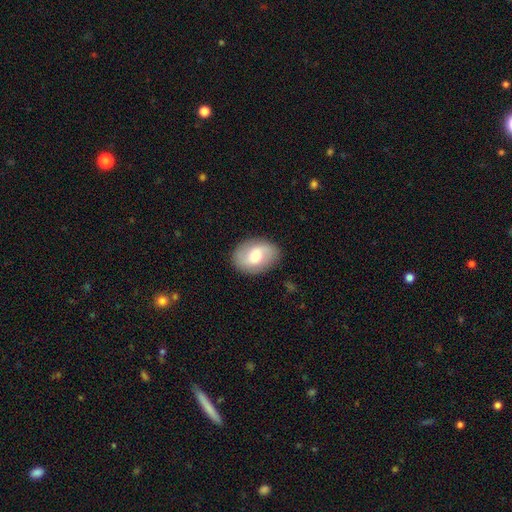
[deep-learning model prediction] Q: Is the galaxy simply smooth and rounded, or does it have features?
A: smooth — 49%.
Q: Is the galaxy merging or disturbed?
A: none — 86%.